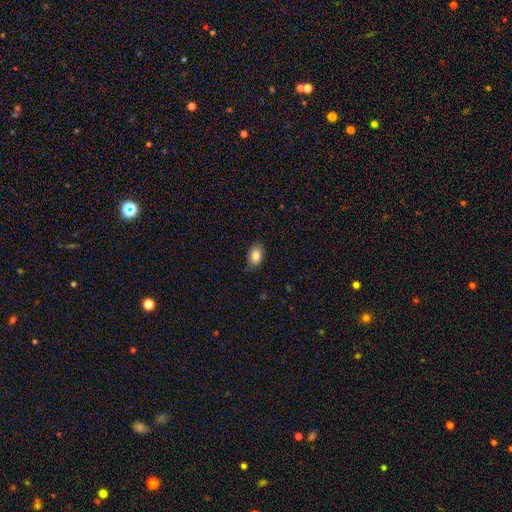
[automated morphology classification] Smooth or featured? Predicted: smooth (p=0.85). How rounded? Predicted: in between (p=0.88). Merging? Predicted: none (p=0.78).